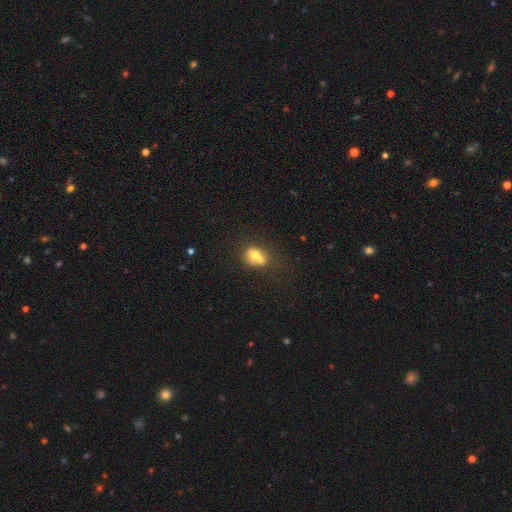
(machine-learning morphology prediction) smooth 63%, featured or disk 26%, star or artifact 11%. Down the decision tree: how rounded — round (57%); merging — merger (58%).